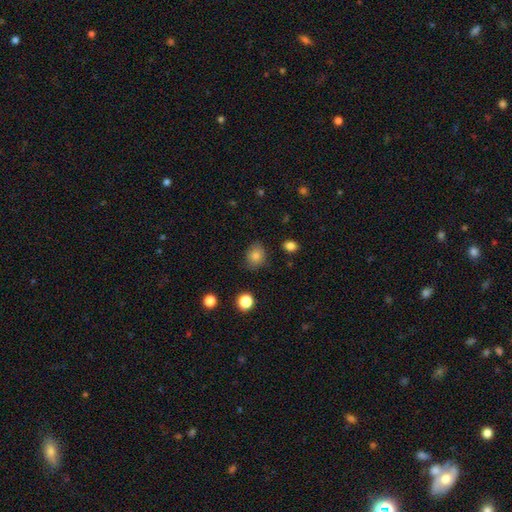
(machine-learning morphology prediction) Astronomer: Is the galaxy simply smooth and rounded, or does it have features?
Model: smooth — 81%.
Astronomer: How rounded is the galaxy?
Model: round — 61% (runner-up: in between, 39%).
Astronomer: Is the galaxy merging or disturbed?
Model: none — 80%.